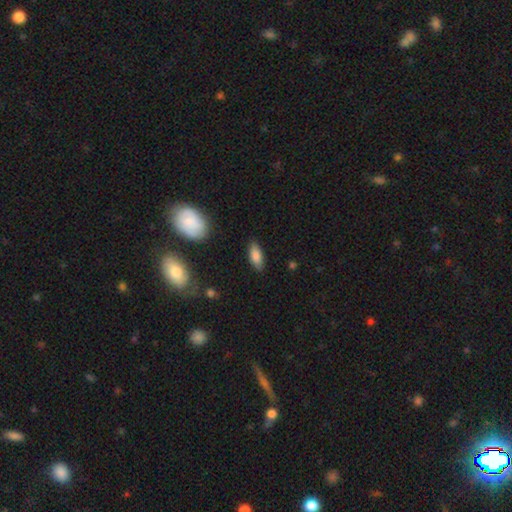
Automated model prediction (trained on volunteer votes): The model was most divided on "how rounded": in between: 81%, cigar-shaped: 17%, round: 3%. More confident: merging — none (85%); smooth or featured — smooth (81%).